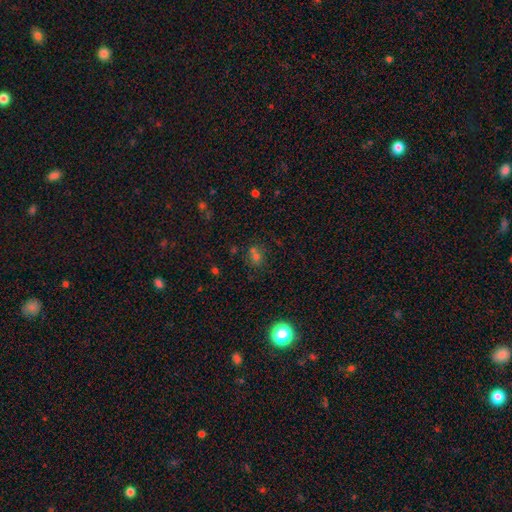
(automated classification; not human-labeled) The model was most divided on "smooth or featured": smooth: 54%, star or artifact: 35%, featured or disk: 11%. More confident: how rounded — round (76%); merging — none (60%).